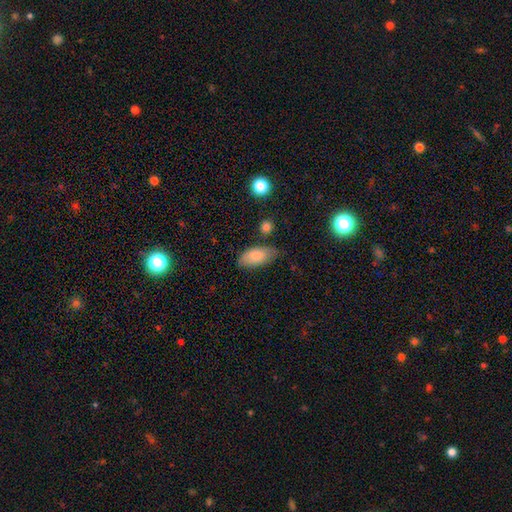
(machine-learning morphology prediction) Smooth or featured?
  - smooth: 82% *
  - featured or disk: 11%
  - star or artifact: 7%
How rounded?
  - in between: 92% *
  - cigar-shaped: 5%
  - round: 3%
Merging?
  - none: 67% *
  - minor disturbance: 24%
  - major disturbance: 5%
  - merger: 4%